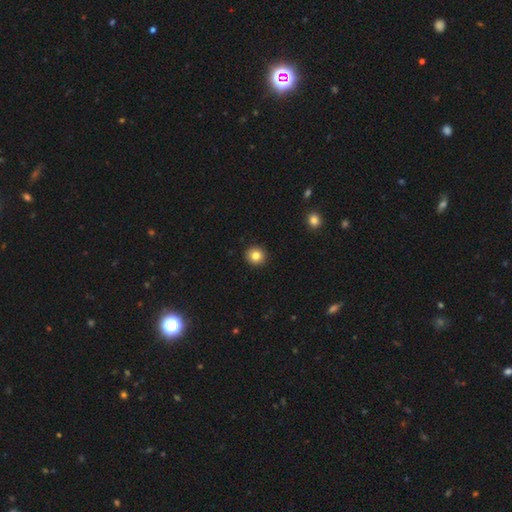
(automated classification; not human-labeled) Smooth or featured? Predicted: smooth (p=0.83). How rounded? Predicted: round (p=0.92). Merging? Predicted: none (p=0.93).